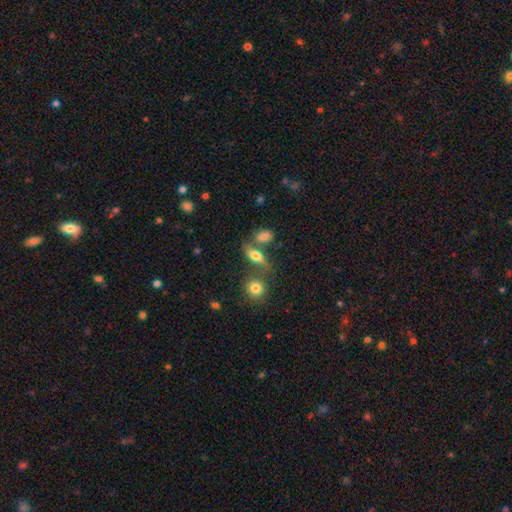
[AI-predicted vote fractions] Smooth or featured: smooth — 63% (featured or disk — 27%)
How rounded: in between — 66% (cigar-shaped — 25%)
Merging: none — 51% (merger — 28%)